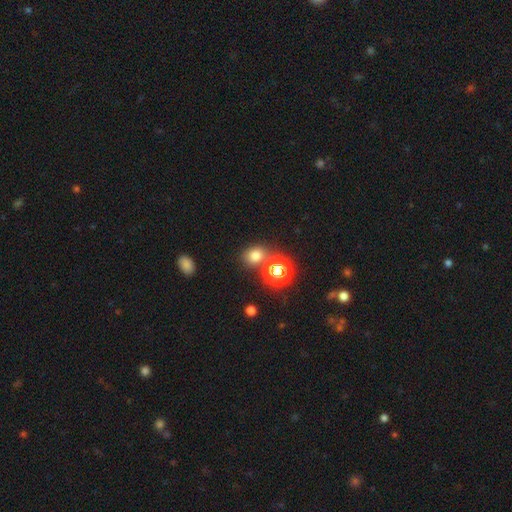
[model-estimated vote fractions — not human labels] A smooth galaxy with no disk features (72%) that is round (63%).

Vote fractions:
- Smooth or featured? smooth: 72% / star or artifact: 21% / featured or disk: 7%
- How rounded? round: 63% / in between: 36% / cigar-shaped: 1%
- Merging? none: 66% / merger: 20% / minor disturbance: 10% / major disturbance: 4%